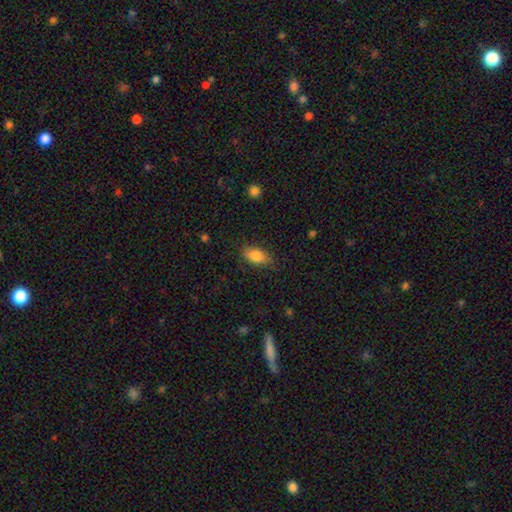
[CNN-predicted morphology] Smooth or featured: smooth — 84% (featured or disk — 9%)
How rounded: in between — 88% (cigar-shaped — 7%)
Merging: none — 81% (minor disturbance — 14%)